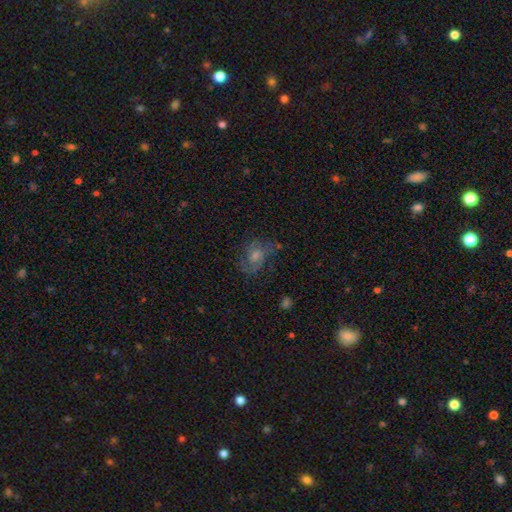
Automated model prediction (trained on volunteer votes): This is possibly a featured or disk galaxy (58%). It is clearly not viewed edge-on (97%). Bar: possibly no (60%). Spiral arm pattern: clearly yes (81%). Central bulge: marginally moderate (44%). Merging: possibly none (55%).